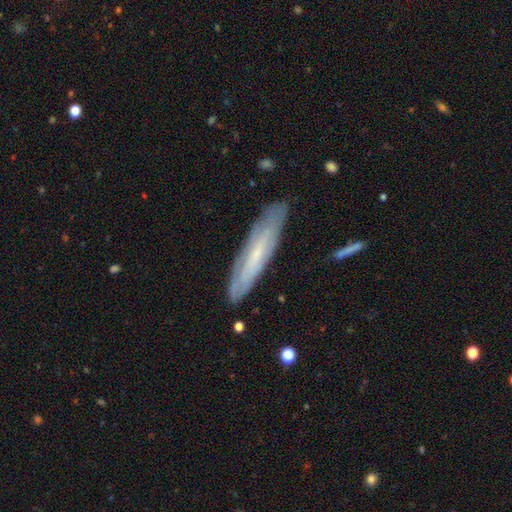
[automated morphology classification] smooth-or-featured: featured or disk: 57% | smooth: 35% | star or artifact: 8%
  disk-edge-on: no: 50% (tied) | yes: 50% (tied)
  merging: none: 85% | minor disturbance: 11% | major disturbance: 2% | merger: 1%